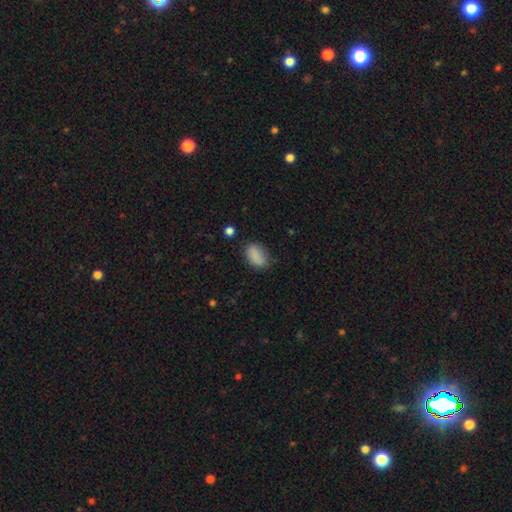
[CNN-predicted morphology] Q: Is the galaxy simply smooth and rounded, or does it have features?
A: smooth — 86%.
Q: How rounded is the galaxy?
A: in between — 90%.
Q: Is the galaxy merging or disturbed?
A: none — 74%.